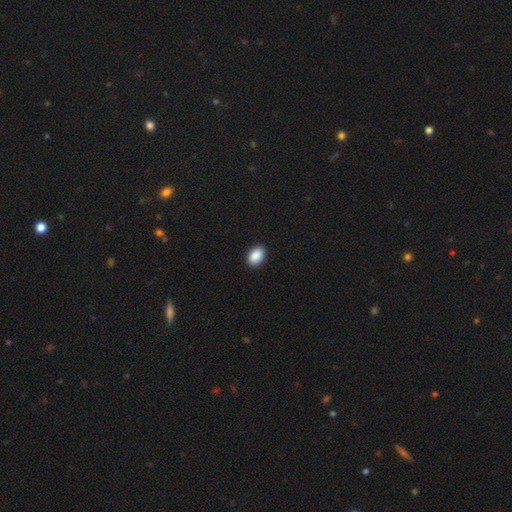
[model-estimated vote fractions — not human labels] This appears to be a smooth galaxy with no disk features (90%) that is in between round and cigar-shaped (88%). Merging: none (90%).